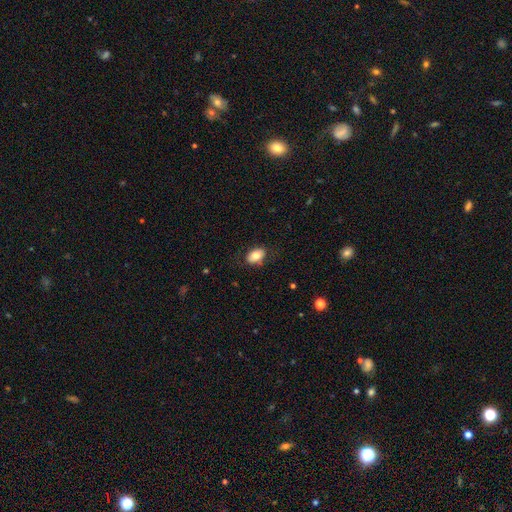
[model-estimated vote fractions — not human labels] smooth-or-featured: smooth: 76% | featured or disk: 16% | star or artifact: 8%
  how-rounded: in between: 85% | round: 13% | cigar-shaped: 1%
  merging: none: 78% | minor disturbance: 16% | major disturbance: 5% | merger: 1%